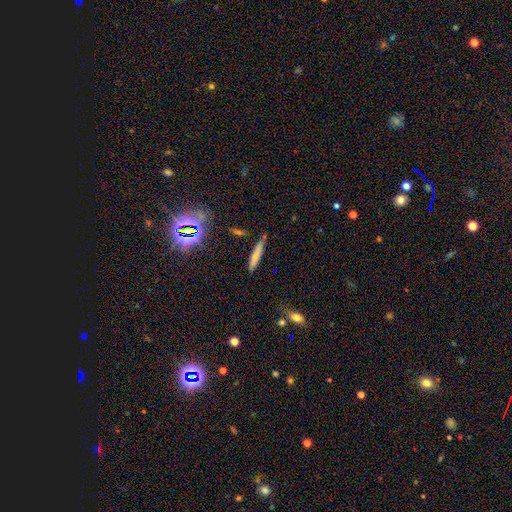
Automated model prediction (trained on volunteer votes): Smooth or featured: smooth — 68% (featured or disk — 20%)
How rounded: cigar-shaped — 89% (in between — 9%)
Merging: none — 77% (minor disturbance — 16%)